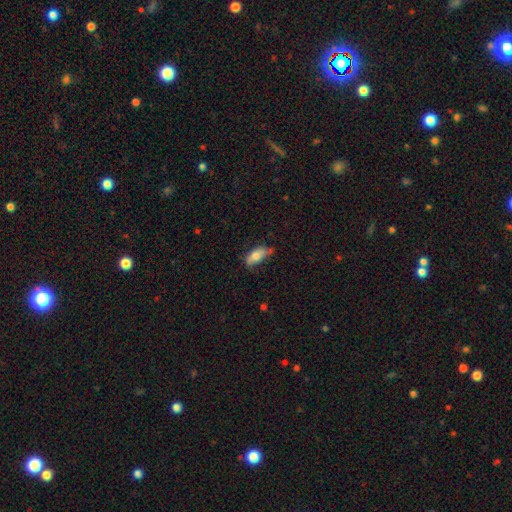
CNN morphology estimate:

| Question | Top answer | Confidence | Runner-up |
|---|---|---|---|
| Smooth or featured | smooth | 73% | featured or disk (20%) |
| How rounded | in between | 81% | cigar-shaped (16%) |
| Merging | none | 52% | minor disturbance (36%) |